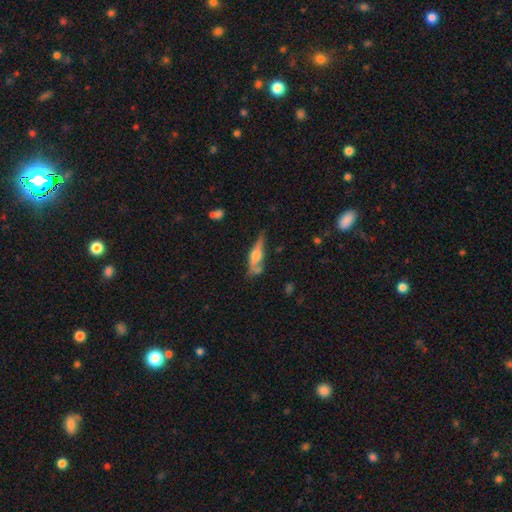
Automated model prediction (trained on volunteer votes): A featured or disk galaxy (61%) viewed edge-on (90%) with a rounded central bulge (87%). Merging: none (59%).